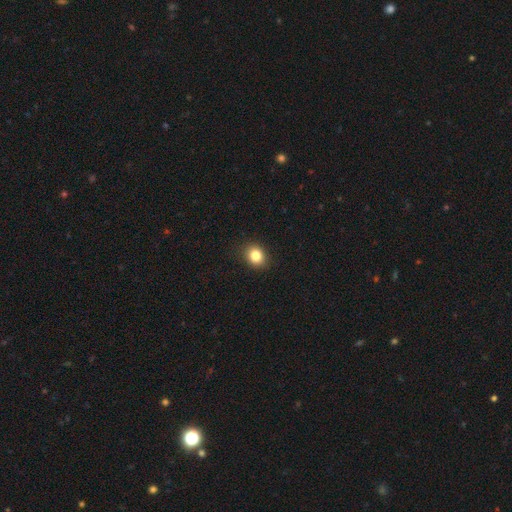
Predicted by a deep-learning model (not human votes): This is clearly a smooth galaxy (83%). How rounded: likely round (62%). Merging: clearly none (90%).